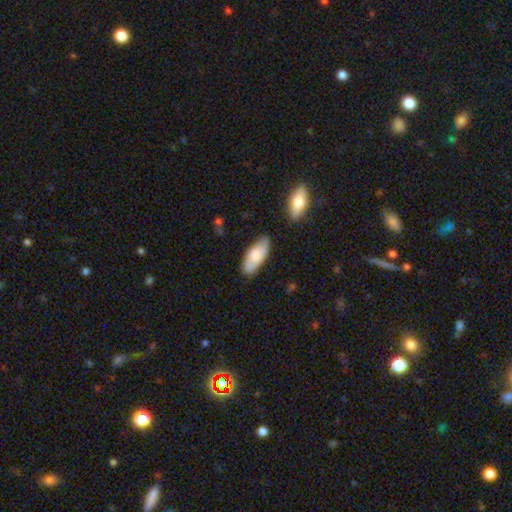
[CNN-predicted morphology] Smooth or featured? smooth (80%)
How rounded? in between (81%)
Merging? none (77%)